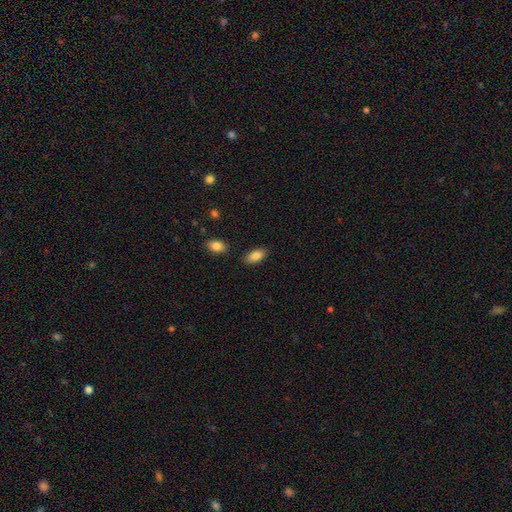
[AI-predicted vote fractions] Morphology: type=smooth (86%); roundness=in between (91%); merging=none (84%).